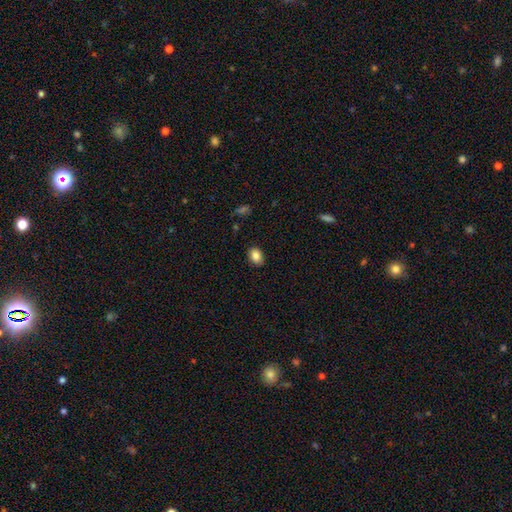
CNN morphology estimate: Overall: smooth (86%). How rounded: in between (75%). Merging: none (88%).